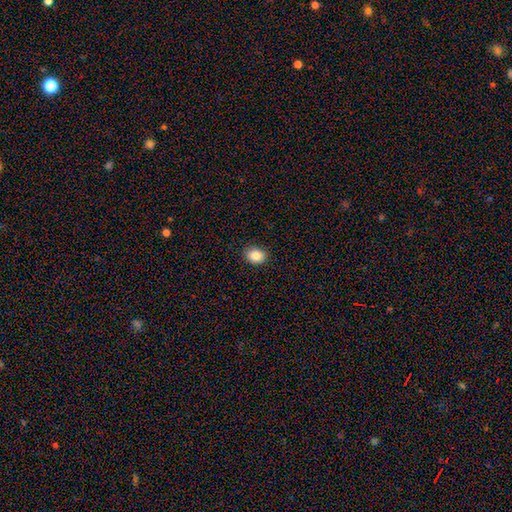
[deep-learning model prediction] Smooth or featured? smooth (87%)
How rounded? in between (57%)
Merging? none (88%)